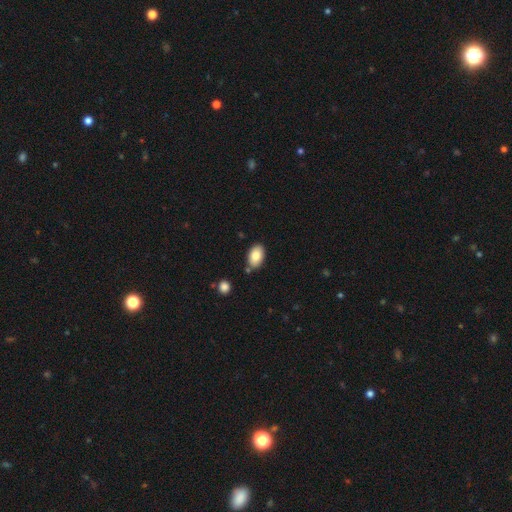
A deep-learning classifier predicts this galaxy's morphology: The model was most divided on "merging": none: 81%, minor disturbance: 12%, merger: 5%, major disturbance: 2%. More confident: how rounded — in between (92%); smooth or featured — smooth (84%).